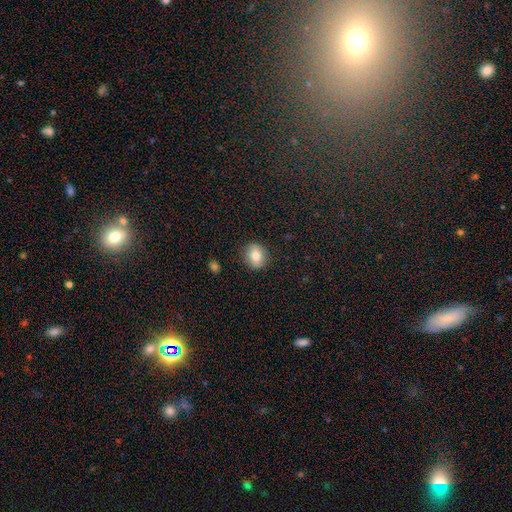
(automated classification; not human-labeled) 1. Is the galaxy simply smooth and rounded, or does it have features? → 80% smooth, 11% featured or disk, 9% star or artifact.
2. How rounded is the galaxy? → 62% round, 37% in between, 1% cigar-shaped.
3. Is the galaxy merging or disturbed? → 87% none, 9% minor disturbance, 3% major disturbance, 1% merger.